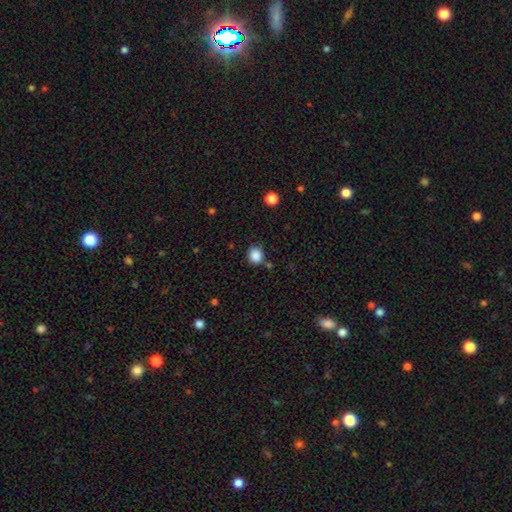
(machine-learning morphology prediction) This is clearly a smooth galaxy (87%). How rounded: likely round (77%). Merging: likely none (78%).